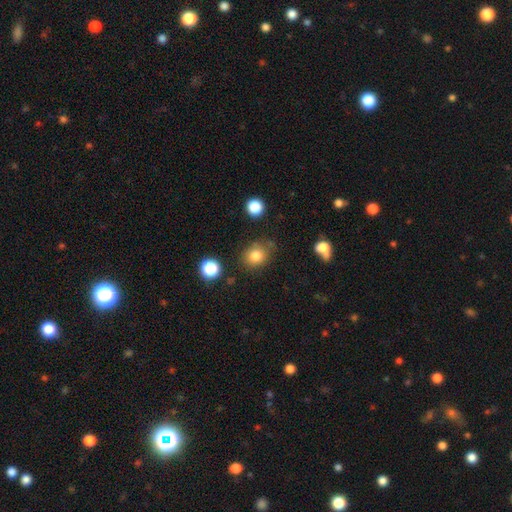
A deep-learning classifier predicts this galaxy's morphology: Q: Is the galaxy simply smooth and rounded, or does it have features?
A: smooth — 82%.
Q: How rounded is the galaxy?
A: round — 69%.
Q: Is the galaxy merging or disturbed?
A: none — 76%.